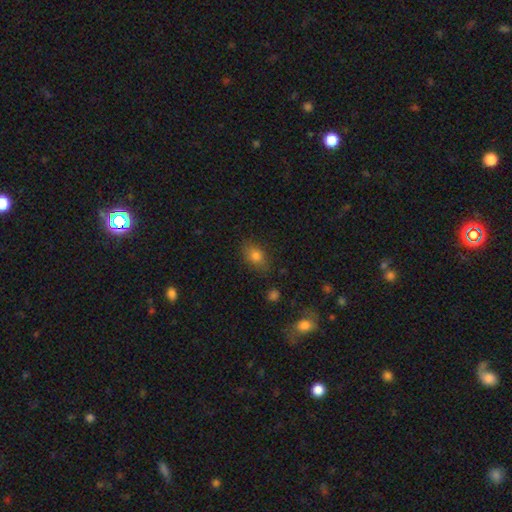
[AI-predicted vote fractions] A smooth galaxy with no disk features (79%) that is in between round and cigar-shaped (79%). Merging: none (78%).